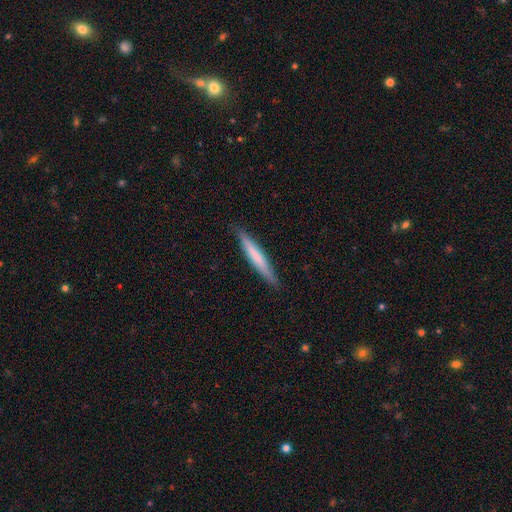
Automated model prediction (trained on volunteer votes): smooth-or-featured: smooth: 62% | featured or disk: 32% | star or artifact: 6%
  how-rounded: cigar-shaped: 95% | in between: 4% | round: 1%
  merging: none: 89% | minor disturbance: 9% | major disturbance: 2% | merger: 1%